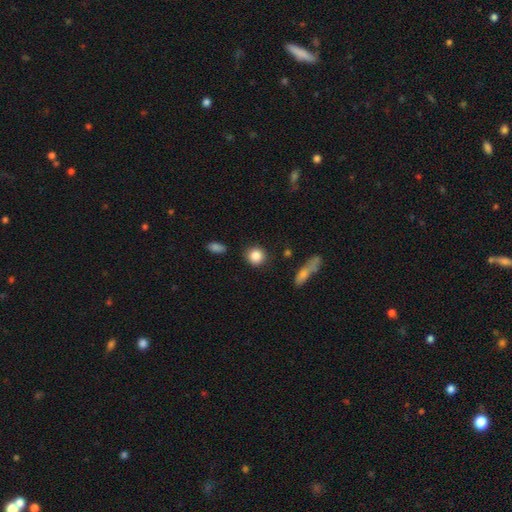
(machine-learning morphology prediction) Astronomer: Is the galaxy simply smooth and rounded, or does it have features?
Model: smooth — 86%.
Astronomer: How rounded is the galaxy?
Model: round — 87%.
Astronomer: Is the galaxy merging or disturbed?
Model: none — 85%.